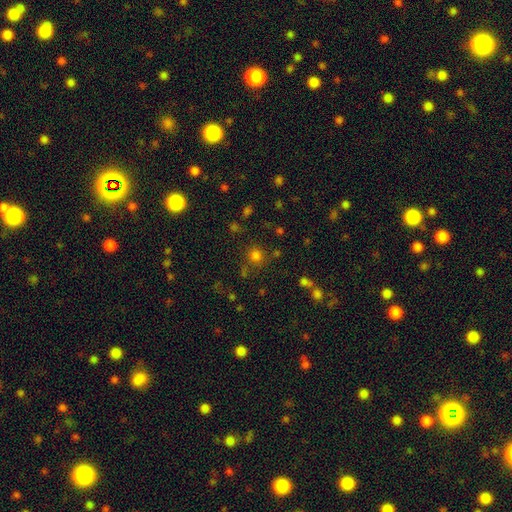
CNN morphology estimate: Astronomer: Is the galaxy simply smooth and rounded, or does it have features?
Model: smooth — 75%.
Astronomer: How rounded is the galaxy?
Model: round — 91%.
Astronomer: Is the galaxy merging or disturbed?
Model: none — 78%.